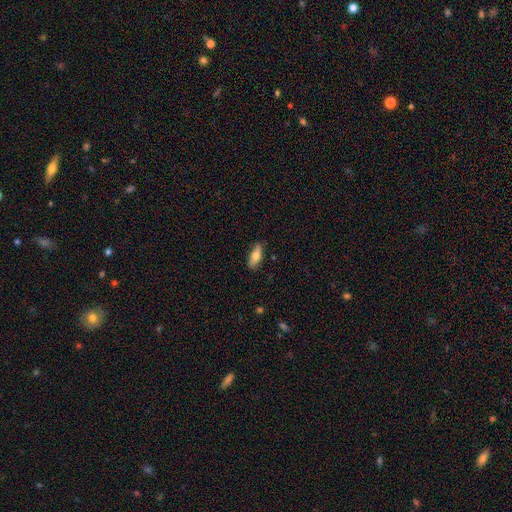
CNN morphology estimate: A smooth galaxy with no disk features (71%) that is in between round and cigar-shaped (69%). Merging: none (84%).